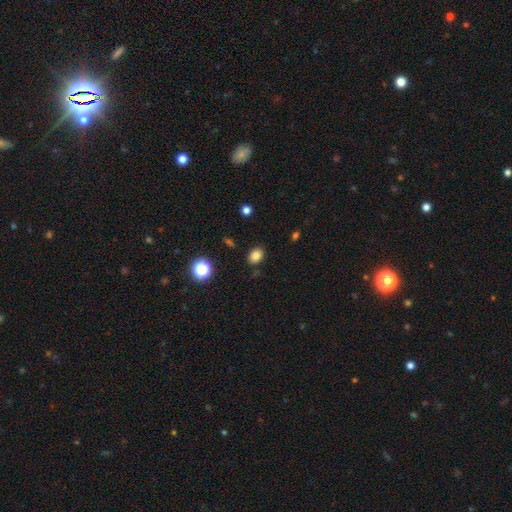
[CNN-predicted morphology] This is clearly a smooth galaxy (82%). How rounded: likely in between (67%). Merging: clearly none (85%).